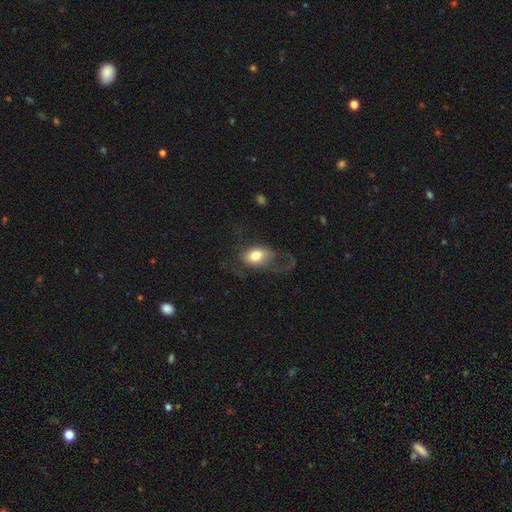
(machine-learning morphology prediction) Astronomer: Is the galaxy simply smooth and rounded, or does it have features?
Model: smooth — 65%.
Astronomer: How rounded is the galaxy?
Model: in between — 69%.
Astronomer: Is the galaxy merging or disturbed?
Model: major disturbance — 51% (runner-up: none, 29%).